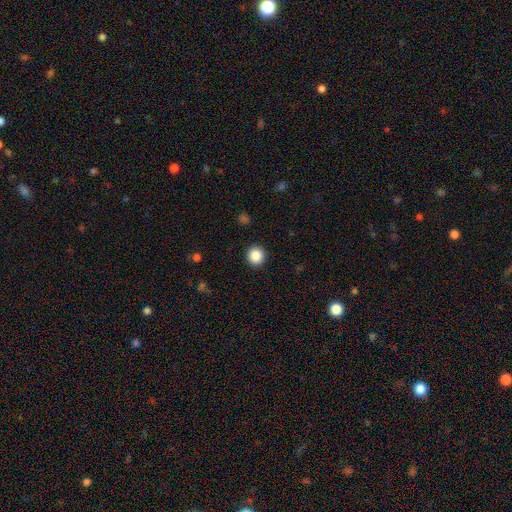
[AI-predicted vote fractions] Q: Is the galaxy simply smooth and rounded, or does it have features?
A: smooth — 87%.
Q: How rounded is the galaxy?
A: round — 94%.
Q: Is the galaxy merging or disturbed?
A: none — 92%.